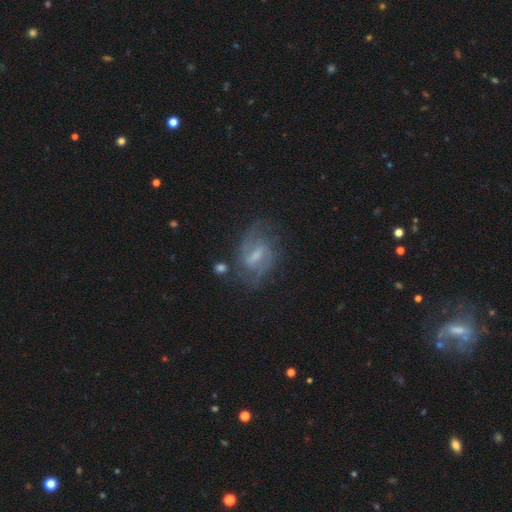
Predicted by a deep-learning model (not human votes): Overall: featured or disk (81%). Edge-on disk: no (96%). Bar: weak (53%; strong 34%). Spiral arms: yes (91%). Spiral arm count: 2 (77%). Spiral winding: medium (52%; tight 25%). Bulge size: small (43%; moderate 30%). Merging: none (68%).